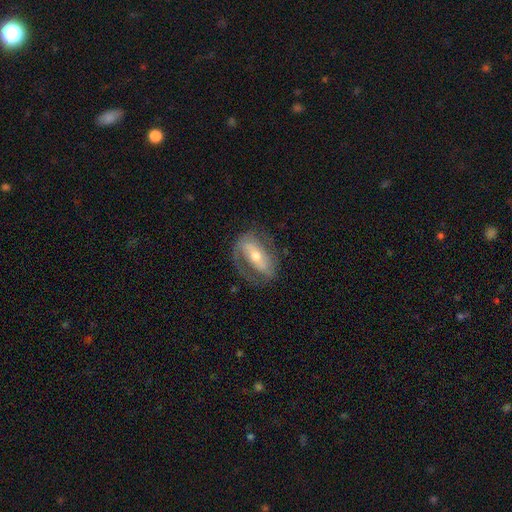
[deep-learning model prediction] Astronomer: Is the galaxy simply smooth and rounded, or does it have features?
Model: featured or disk — 76%.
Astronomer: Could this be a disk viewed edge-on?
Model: no — 90%.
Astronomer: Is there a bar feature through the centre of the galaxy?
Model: strong — 52%.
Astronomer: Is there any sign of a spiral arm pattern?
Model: yes — 78%.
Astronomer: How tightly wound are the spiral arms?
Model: medium — 41% (runner-up: tight, 37%).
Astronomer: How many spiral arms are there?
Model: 2 — 61%.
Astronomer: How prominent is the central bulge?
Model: moderate — 59% (runner-up: small, 35%).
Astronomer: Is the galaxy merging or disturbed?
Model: none — 63%.